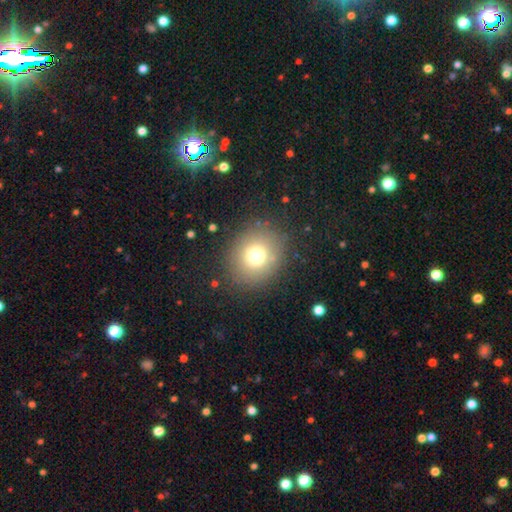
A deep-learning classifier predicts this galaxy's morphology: The model was most divided on "smooth or featured": smooth: 72%, star or artifact: 16%, featured or disk: 12%. More confident: merging — none (85%); how rounded — round (80%).